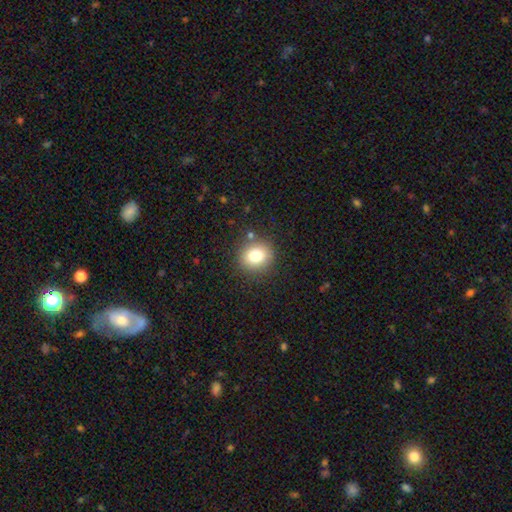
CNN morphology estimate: Smooth or featured: smooth — 79% (star or artifact — 11%)
How rounded: round — 81% (in between — 18%)
Merging: none — 86% (minor disturbance — 9%)